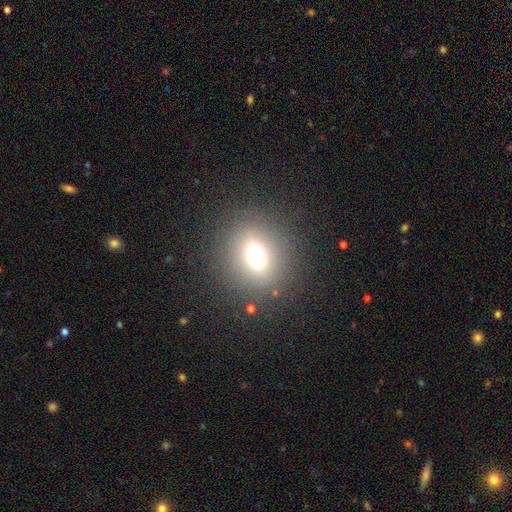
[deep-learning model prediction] The model was most divided on "smooth or featured": smooth: 63%, star or artifact: 23%, featured or disk: 14%. More confident: merging — none (84%); how rounded — round (78%).